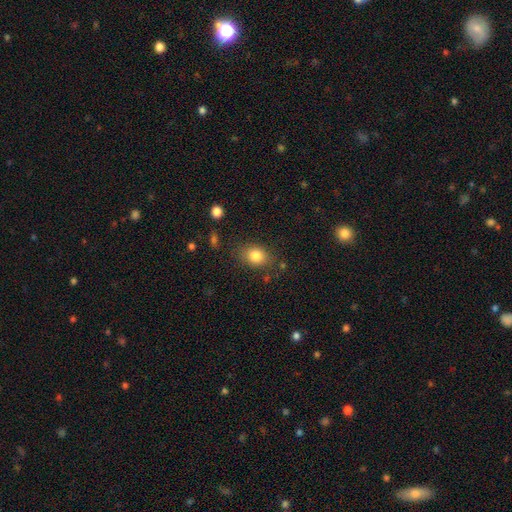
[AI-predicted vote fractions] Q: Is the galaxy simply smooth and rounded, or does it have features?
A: smooth — 83%.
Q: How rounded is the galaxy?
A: in between — 62%.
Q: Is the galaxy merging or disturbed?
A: none — 79%.